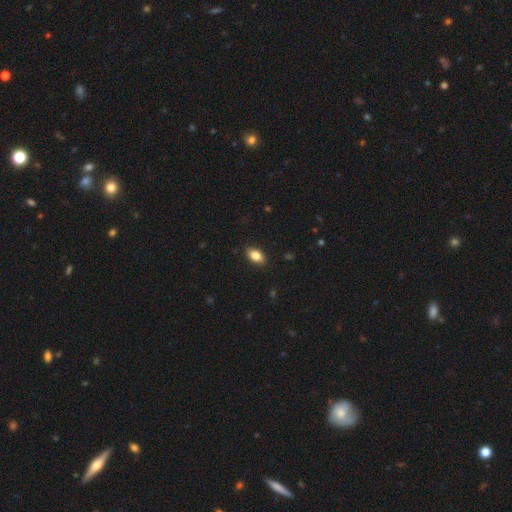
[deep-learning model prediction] smooth-or-featured: smooth: 84% | featured or disk: 8% | star or artifact: 8%
  how-rounded: in between: 89% | round: 8% | cigar-shaped: 3%
  merging: none: 89% | minor disturbance: 8% | major disturbance: 2% | merger: 1%